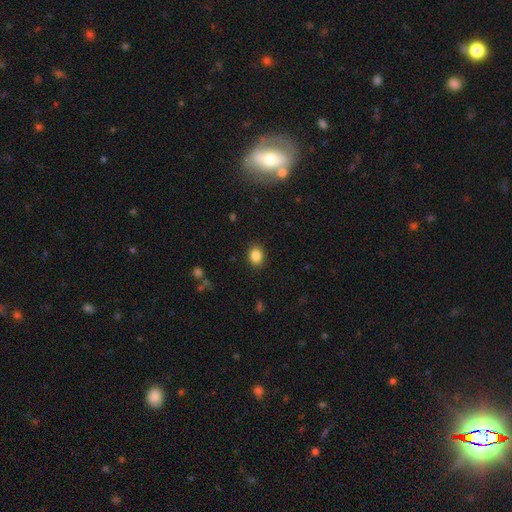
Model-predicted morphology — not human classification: Q: Smooth or featured?
A: smooth (86%); runner-up: star or artifact (10%)
Q: How rounded?
A: in between (57%); runner-up: round (42%)
Q: Merging?
A: none (89%); runner-up: minor disturbance (8%)